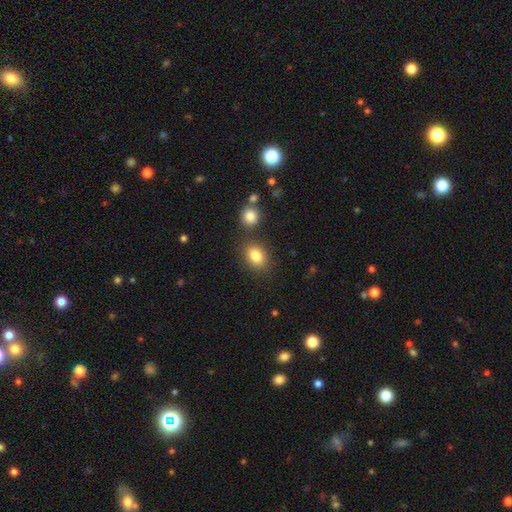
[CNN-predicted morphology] Smooth or featured? smooth (83%)
How rounded? in between (72%)
Merging? none (76%)